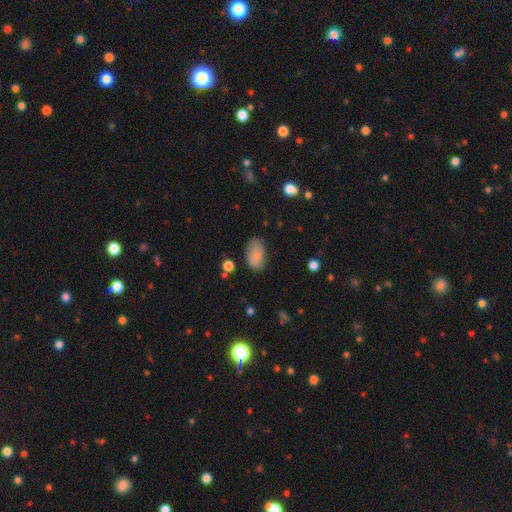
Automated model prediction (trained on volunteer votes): A smooth galaxy with no disk features (82%) that is in between round and cigar-shaped (92%). Merging: none (72%).